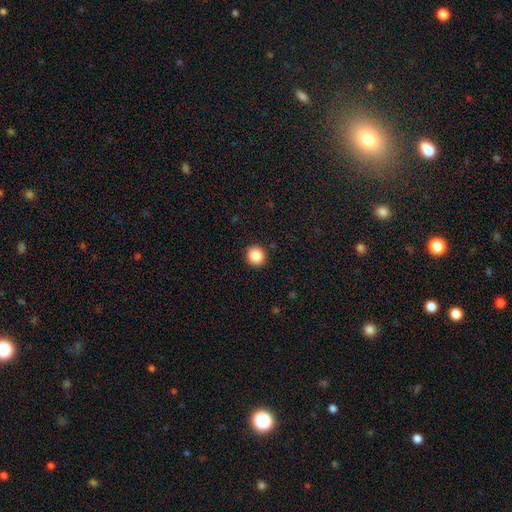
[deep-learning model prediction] Smooth or featured: smooth — 87% (star or artifact — 9%)
How rounded: round — 91% (in between — 8%)
Merging: none — 92% (minor disturbance — 5%)